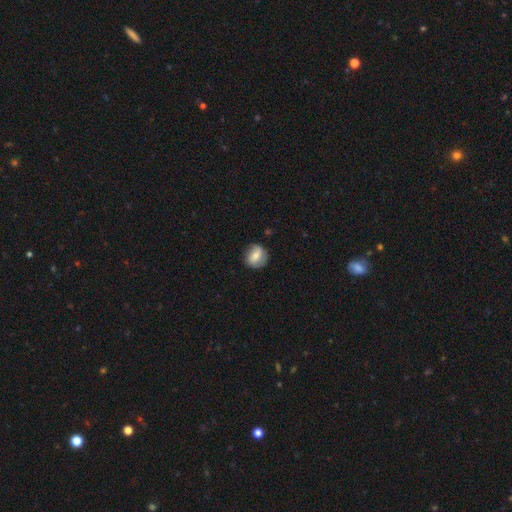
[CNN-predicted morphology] Smooth or featured? smooth (55%)
How rounded? round (80%)
Merging? none (78%)